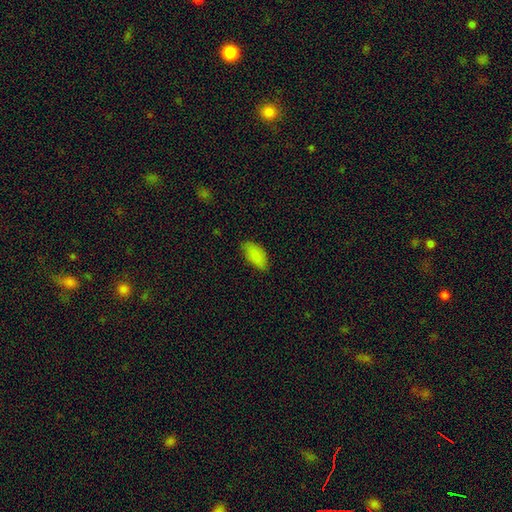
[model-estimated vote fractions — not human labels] Smooth or featured? Predicted: smooth (p=0.87). How rounded? Predicted: in between (p=0.91). Merging? Predicted: none (p=0.79).